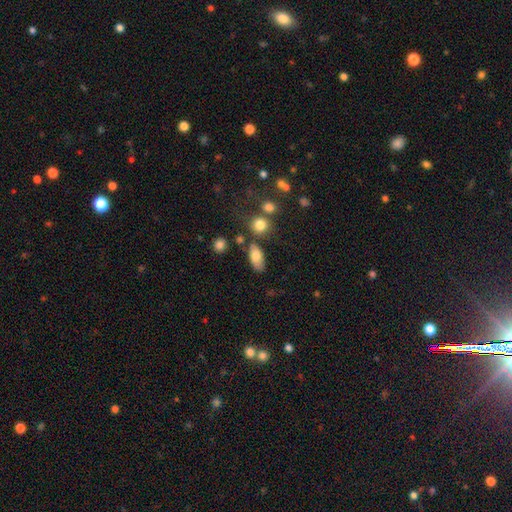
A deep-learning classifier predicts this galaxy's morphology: The model was most divided on "merging": none: 70%, minor disturbance: 16%, merger: 9%, major disturbance: 5%. More confident: how rounded — in between (86%); smooth or featured — smooth (79%).